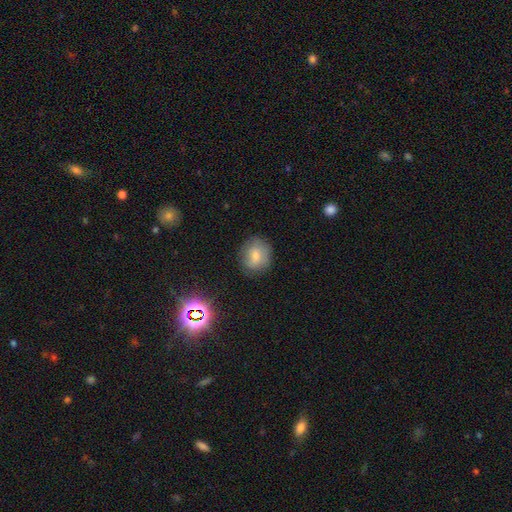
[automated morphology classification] A smooth galaxy with no disk features (72%) that is round (62%).

Vote fractions:
- Smooth or featured? smooth: 72% / featured or disk: 18% / star or artifact: 10%
- How rounded? round: 62% / in between: 36% / cigar-shaped: 1%
- Merging? none: 78% / minor disturbance: 16% / major disturbance: 4% / merger: 1%